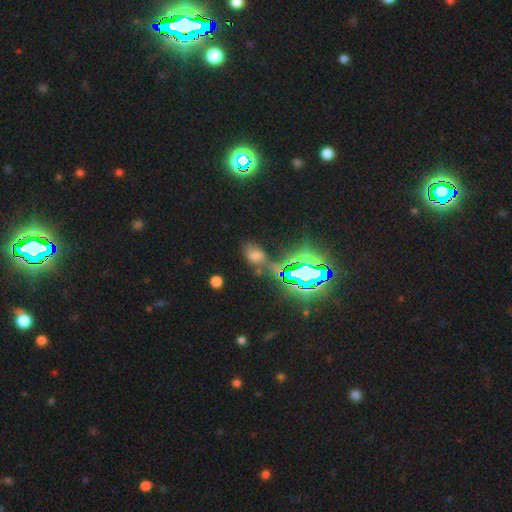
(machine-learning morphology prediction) Smooth or featured?
  - star or artifact: 47% *
  - smooth: 40%
  - featured or disk: 13%